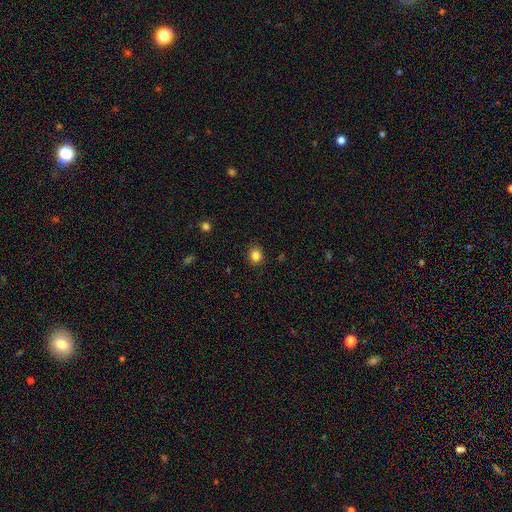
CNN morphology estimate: Smooth or featured?
  - smooth: 84% *
  - star or artifact: 11%
  - featured or disk: 5%
How rounded?
  - round: 71% *
  - in between: 29%
  - cigar-shaped: 1%
Merging?
  - none: 87% *
  - minor disturbance: 9%
  - major disturbance: 2%
  - merger: 1%